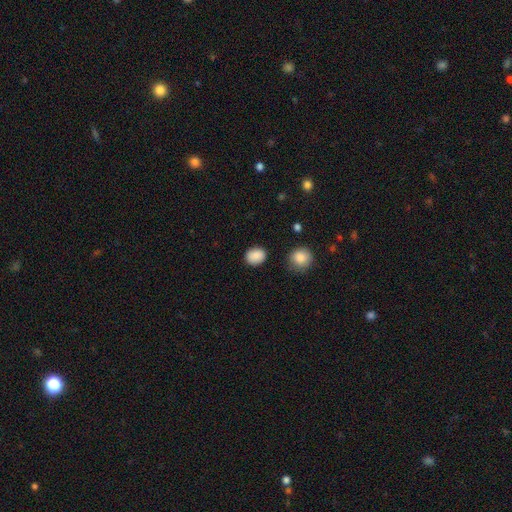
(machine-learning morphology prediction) The model was most divided on "how rounded": round: 56%, in between: 43%, cigar-shaped: 1%. More confident: smooth or featured — smooth (88%); merging — none (84%).